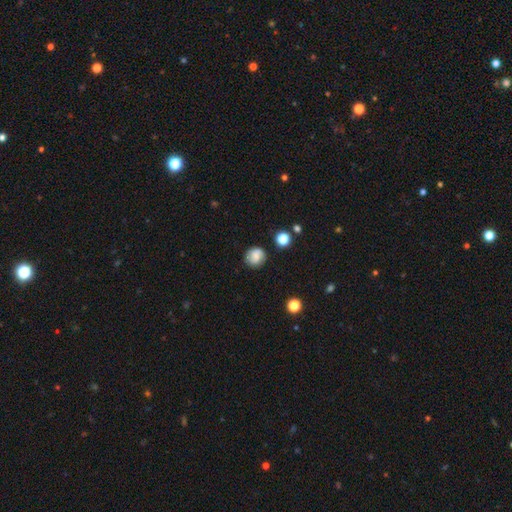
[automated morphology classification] This appears to be a smooth galaxy with no disk features (74%) that is round (83%). Merging: none (79%).